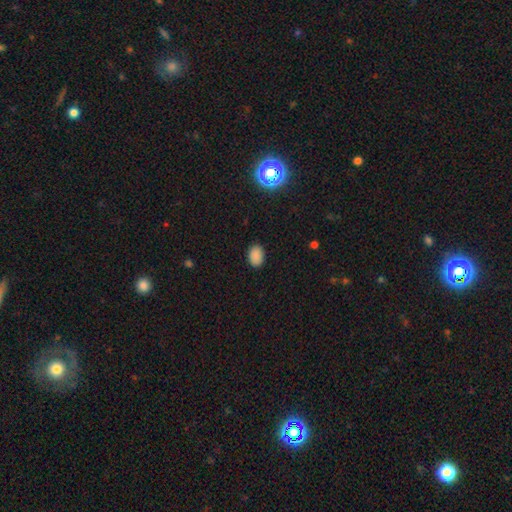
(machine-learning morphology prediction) A smooth galaxy with no disk features (87%) that is in between round and cigar-shaped (83%). Merging: none (88%).